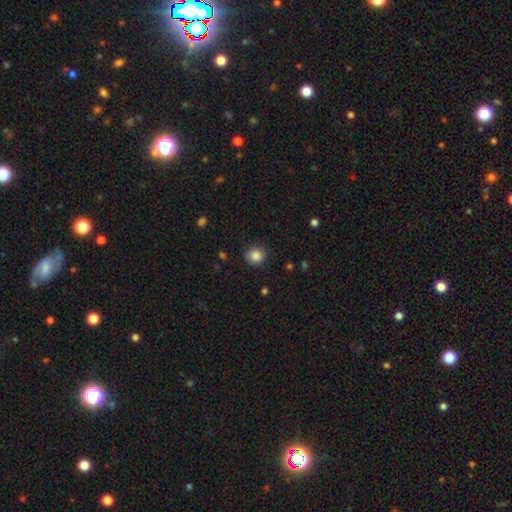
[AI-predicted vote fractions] This is clearly a smooth galaxy (86%). How rounded: clearly round (85%). Merging: clearly none (84%).